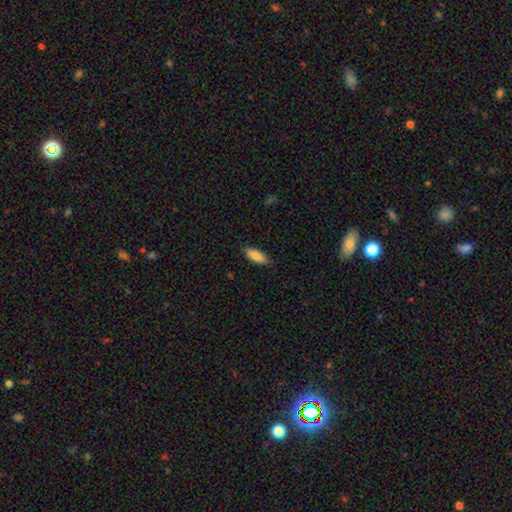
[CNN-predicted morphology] This is clearly a smooth galaxy (82%). How rounded: likely in between (72%). Merging: clearly none (86%).